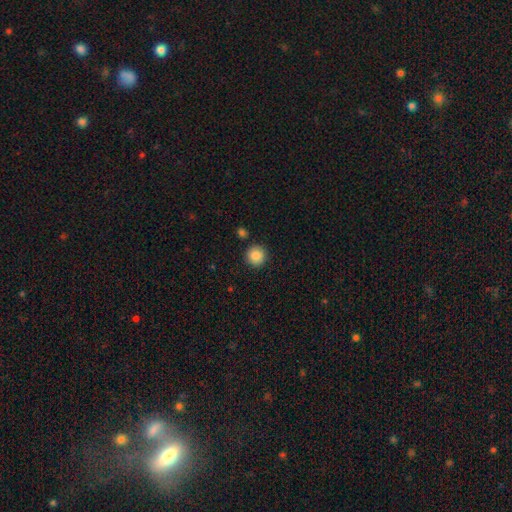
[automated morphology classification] This is clearly a smooth galaxy (87%). How rounded: clearly round (94%). Merging: clearly none (89%).